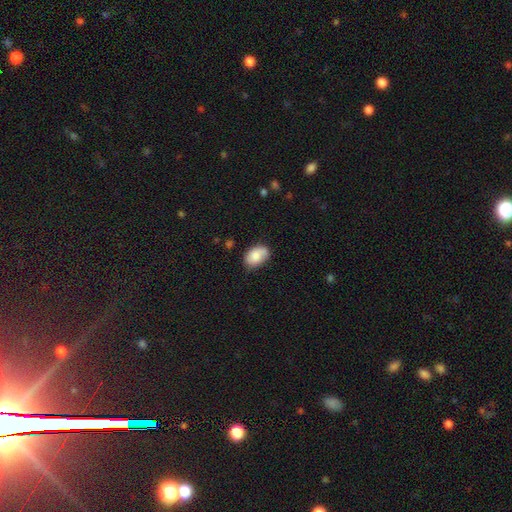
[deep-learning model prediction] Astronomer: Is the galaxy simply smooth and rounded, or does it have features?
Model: smooth — 80%.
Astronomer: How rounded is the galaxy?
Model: in between — 87%.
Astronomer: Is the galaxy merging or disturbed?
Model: none — 68%.